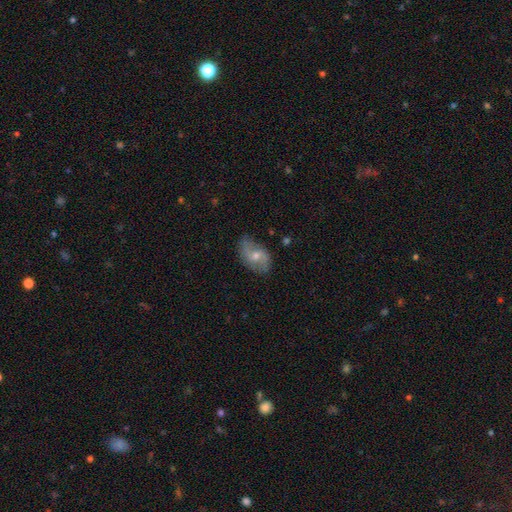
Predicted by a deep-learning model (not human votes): Smooth or featured? featured or disk (63%)
Edge-on disk? no (95%)
Bar? no (48%)
Spiral arms? yes (84%)
Spiral winding? loose (52%)
Spiral arm count? 2 (84%)
Bulge size? moderate (53%)
Merging? none (74%)